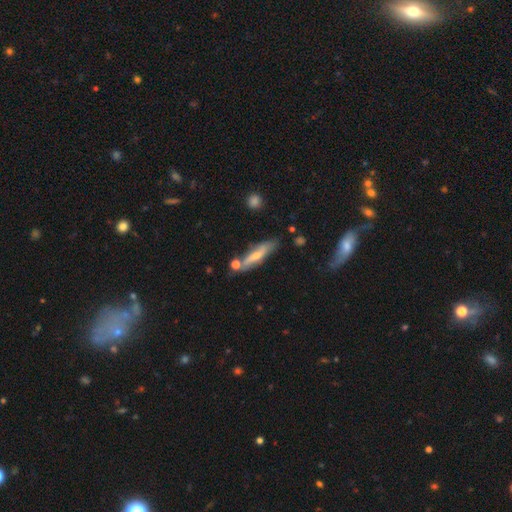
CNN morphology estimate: smooth_or_featured: smooth (p=0.50) [alt: featured or disk p=0.43]
how_rounded: cigar-shaped (p=0.74) [alt: in between p=0.23]
merging: none (p=0.63) [alt: minor disturbance p=0.20]